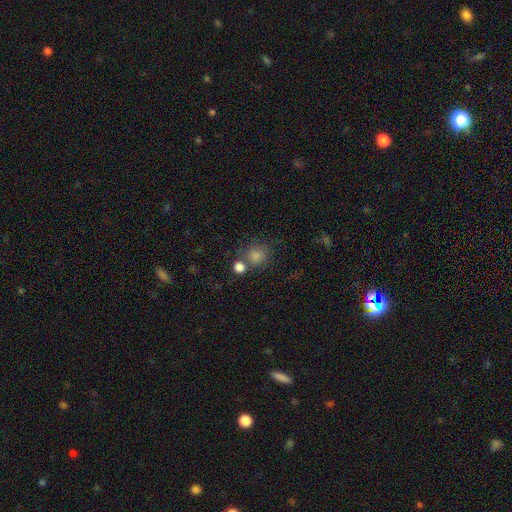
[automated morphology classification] A smooth galaxy with no disk features (74%) that is round (84%).

Vote fractions:
- Smooth or featured? smooth: 74% / star or artifact: 18% / featured or disk: 7%
- How rounded? round: 84% / in between: 15% / cigar-shaped: 1%
- Merging? none: 66% / merger: 17% / minor disturbance: 12% / major disturbance: 5%